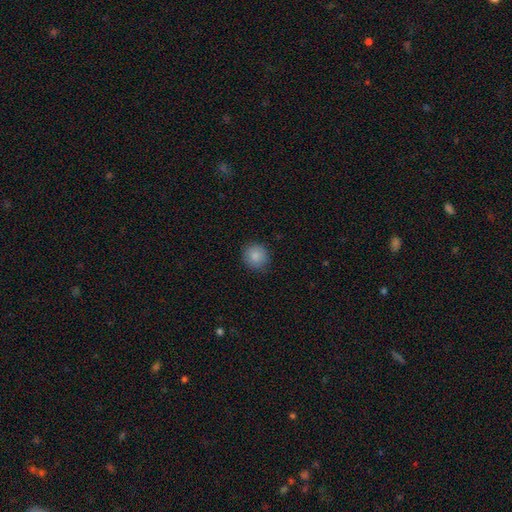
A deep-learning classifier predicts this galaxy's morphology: Smooth or featured?
  - smooth: 86% *
  - star or artifact: 9%
  - featured or disk: 5%
How rounded?
  - round: 92% *
  - in between: 7%
  - cigar-shaped: 1%
Merging?
  - none: 88% *
  - minor disturbance: 9%
  - major disturbance: 2%
  - merger: 1%